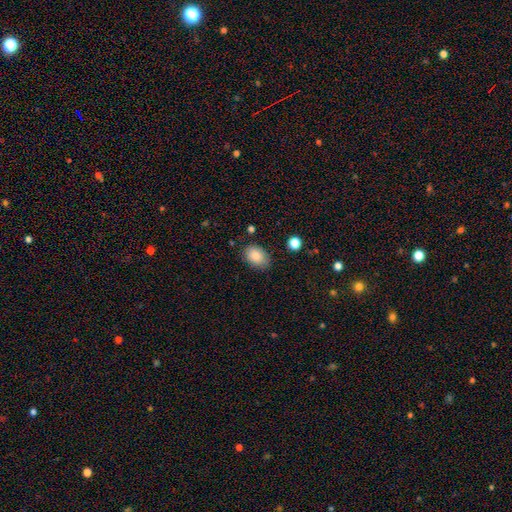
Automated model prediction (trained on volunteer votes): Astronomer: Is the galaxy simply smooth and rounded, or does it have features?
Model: smooth — 86%.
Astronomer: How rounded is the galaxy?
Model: in between — 82%.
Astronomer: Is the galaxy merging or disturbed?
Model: none — 78%.